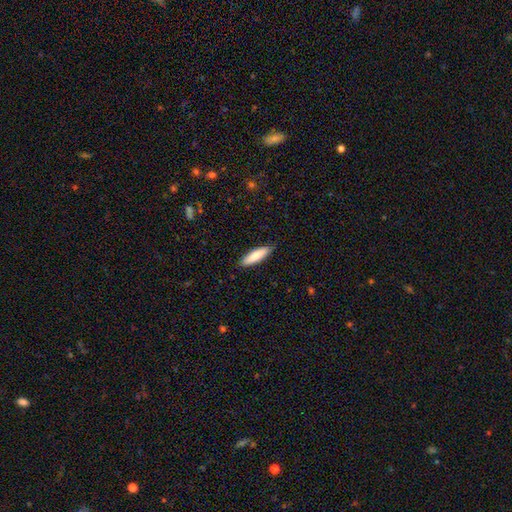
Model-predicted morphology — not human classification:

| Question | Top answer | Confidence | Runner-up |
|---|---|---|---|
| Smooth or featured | smooth | 82% | featured or disk (13%) |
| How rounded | cigar-shaped | 68% | in between (31%) |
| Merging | none | 87% | minor disturbance (10%) |